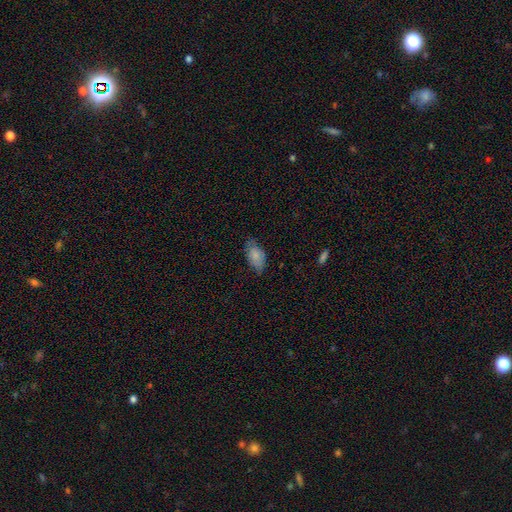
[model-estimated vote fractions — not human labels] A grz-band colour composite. It shows a smooth galaxy with no disk features (77%) that is in between round and cigar-shaped (93%). Merging: none (64%).